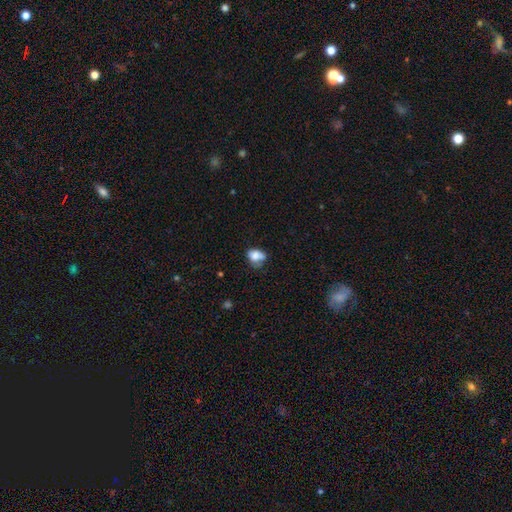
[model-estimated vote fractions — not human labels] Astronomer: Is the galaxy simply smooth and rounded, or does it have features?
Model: smooth — 77%.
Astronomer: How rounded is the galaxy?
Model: in between — 65%.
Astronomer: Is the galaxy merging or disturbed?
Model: minor disturbance — 37% (runner-up: none, 36%).